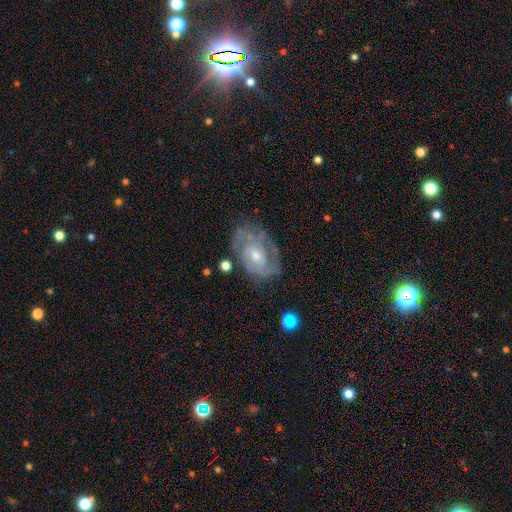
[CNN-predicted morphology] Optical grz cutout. It shows a featured or disk galaxy (77%) with no bar (67%), tight (57%) spiral arms (84%) and a moderate central bulge (52%). Merging: none (67%).